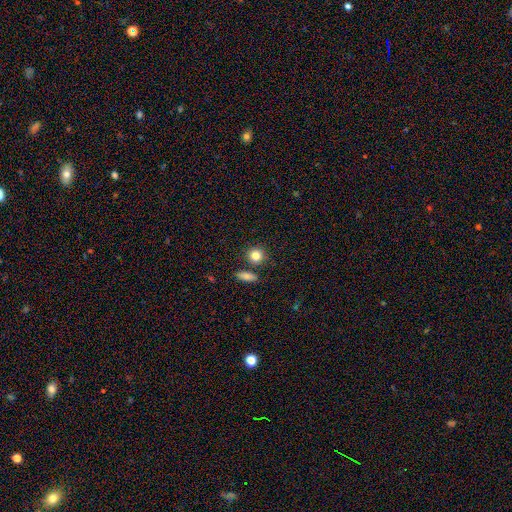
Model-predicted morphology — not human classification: Smooth or featured? smooth (84%)
How rounded? round (85%)
Merging? none (78%)